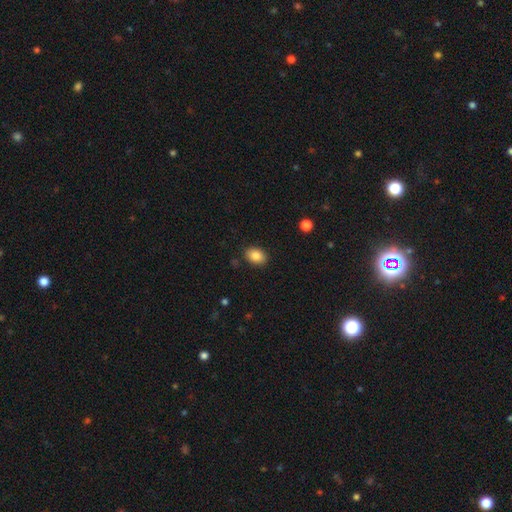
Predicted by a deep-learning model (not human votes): Smooth or featured? Predicted: smooth (p=0.86). How rounded? Predicted: in between (p=0.79). Merging? Predicted: none (p=0.88).